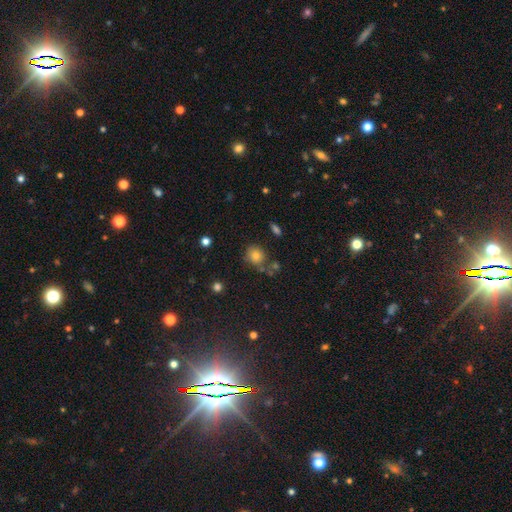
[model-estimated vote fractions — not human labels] Q: Smooth or featured?
A: smooth (77%); runner-up: star or artifact (14%)
Q: How rounded?
A: round (79%); runner-up: in between (19%)
Q: Merging?
A: none (69%); runner-up: minor disturbance (15%)